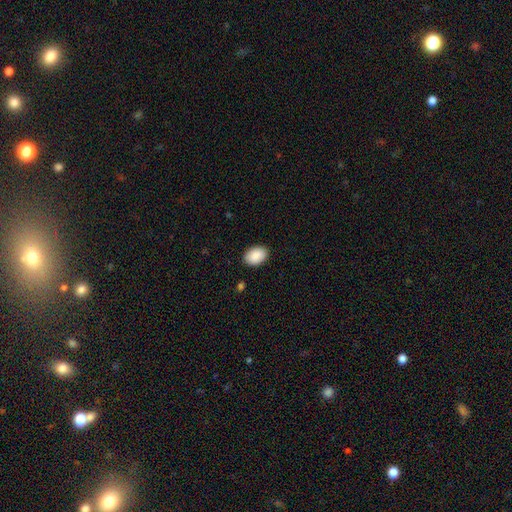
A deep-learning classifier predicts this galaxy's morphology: smooth-or-featured: smooth: 91% | star or artifact: 6% | featured or disk: 3%
  how-rounded: in between: 87% | round: 12% | cigar-shaped: 1%
  merging: none: 89% | minor disturbance: 8% | major disturbance: 2% | merger: 1%